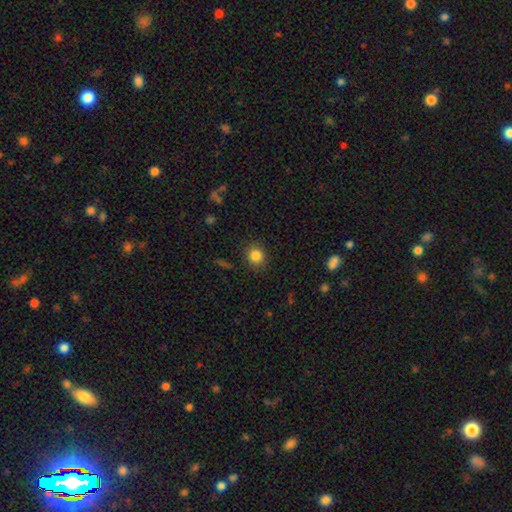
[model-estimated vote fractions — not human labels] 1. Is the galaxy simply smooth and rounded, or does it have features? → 83% smooth, 11% star or artifact, 5% featured or disk.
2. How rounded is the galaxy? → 86% round, 13% in between, 1% cigar-shaped.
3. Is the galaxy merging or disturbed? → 88% none, 8% minor disturbance, 3% major disturbance, 1% merger.